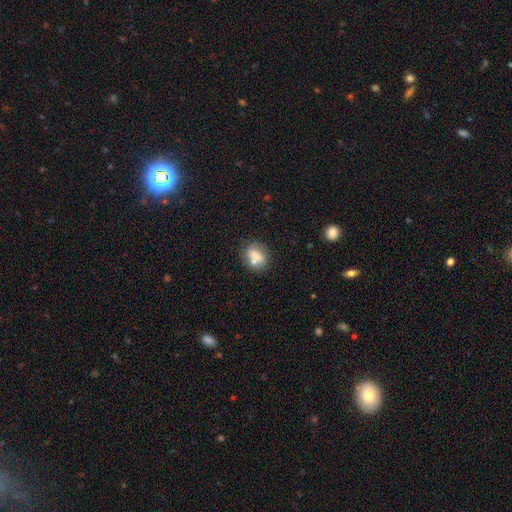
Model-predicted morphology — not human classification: A smooth galaxy with no disk features (67%) that is in between round and cigar-shaped (51%).

Vote fractions:
- Smooth or featured? smooth: 67% / featured or disk: 24% / star or artifact: 9%
- How rounded? in between: 51% / round: 42% / cigar-shaped: 7%
- Merging? none: 59% / merger: 22% / minor disturbance: 15% / major disturbance: 5%